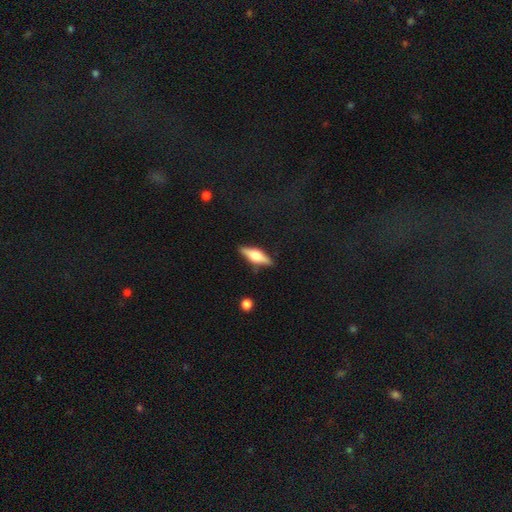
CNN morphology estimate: This is possibly a featured or disk galaxy (58%). It is clearly viewed edge-on (94%). Edge-on bulge: clearly rounded (89%). Merging: clearly none (85%).